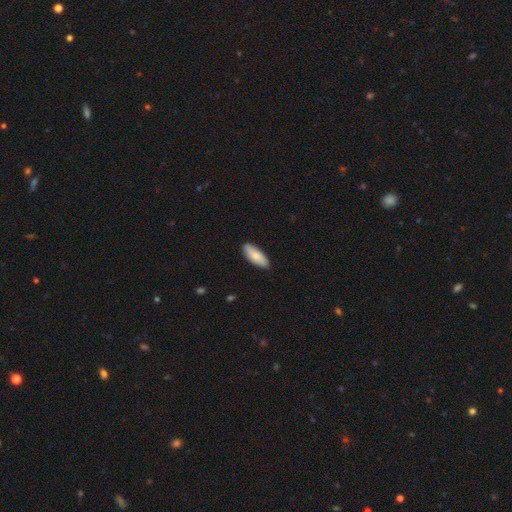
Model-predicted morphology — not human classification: type=smooth (79%); roundness=in between (78%); merging=none (87%).